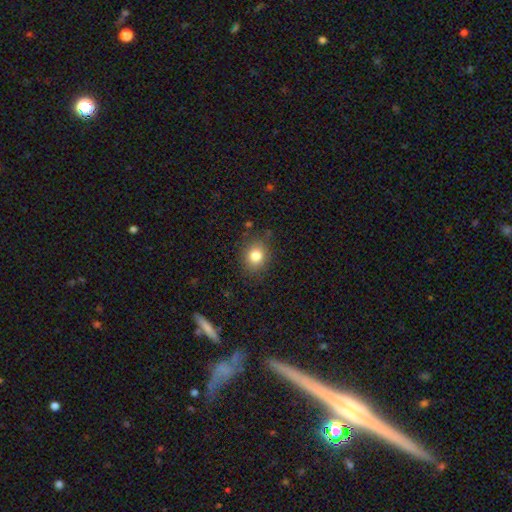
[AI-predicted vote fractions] Q: Smooth or featured?
A: smooth (81%); runner-up: star or artifact (11%)
Q: How rounded?
A: round (67%); runner-up: in between (32%)
Q: Merging?
A: none (83%); runner-up: minor disturbance (12%)